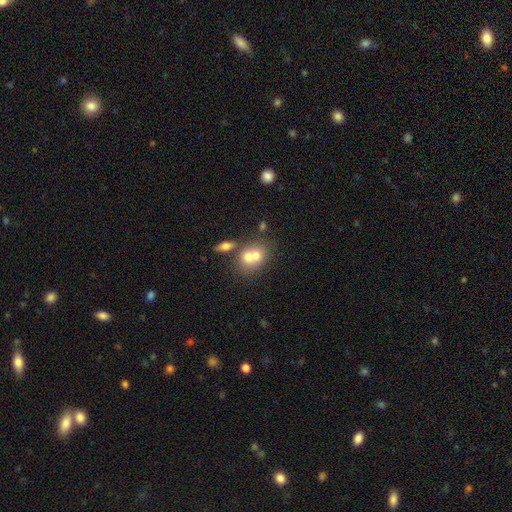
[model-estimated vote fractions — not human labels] Morphology: type=smooth (66%); roundness=round (57%); merging=merger (63%).